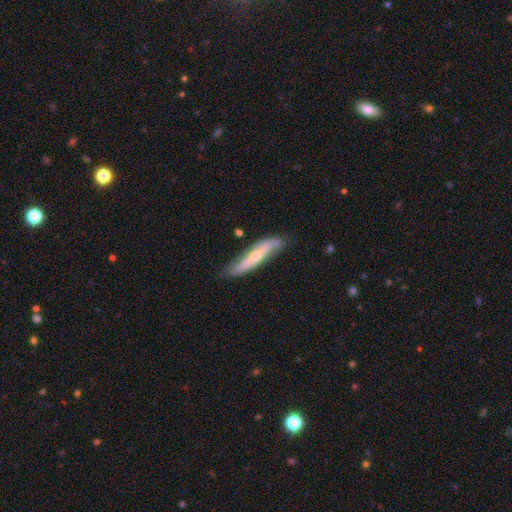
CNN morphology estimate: Smooth or featured?
  - featured or disk: 57% *
  - smooth: 37%
  - star or artifact: 6%
Edge-on disk?
  - yes: 62% *
  - no: 38%
Merging?
  - none: 70% *
  - minor disturbance: 23%
  - major disturbance: 5%
  - merger: 2%